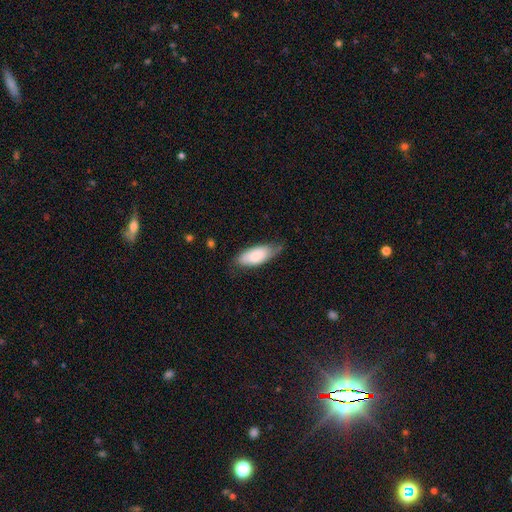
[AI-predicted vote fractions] A smooth galaxy with no disk features (77%) that is in between round and cigar-shaped (84%). Merging: none (59%).